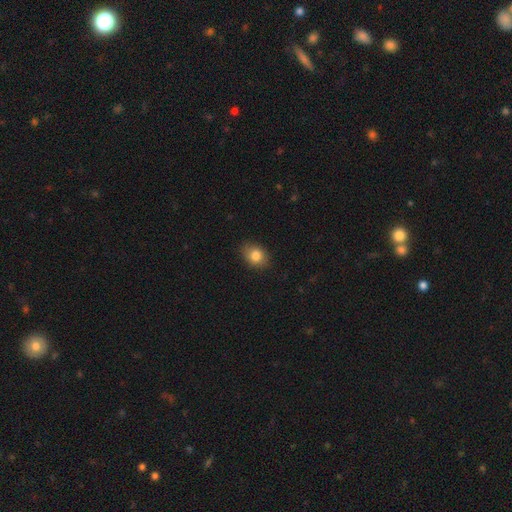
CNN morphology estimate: Smooth or featured? Predicted: smooth (p=0.82). How rounded? Predicted: in between (p=0.67). Merging? Predicted: none (p=0.82).